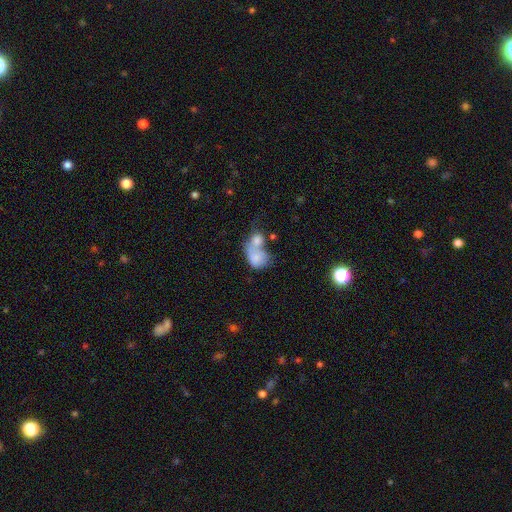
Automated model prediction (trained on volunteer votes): Smooth or featured? smooth (73%)
How rounded? in between (64%)
Merging? merger (73%)